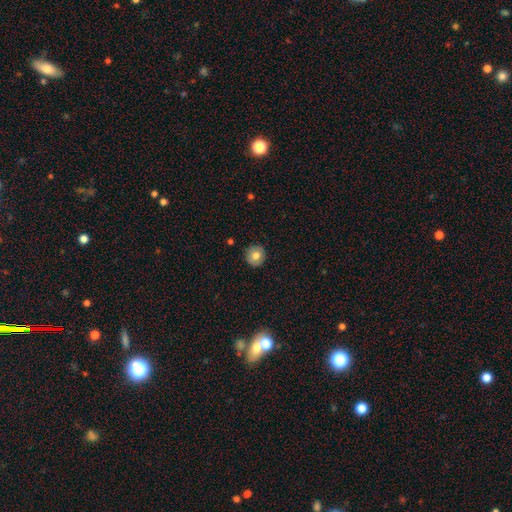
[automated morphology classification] Overall: smooth (76%). How rounded: round (93%). Merging: none (89%).